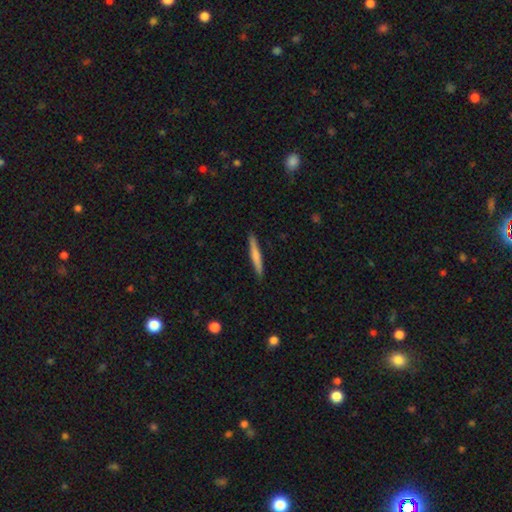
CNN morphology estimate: Overall: smooth (63%; featured or disk 32%). How rounded: cigar-shaped (95%). Merging: none (90%).